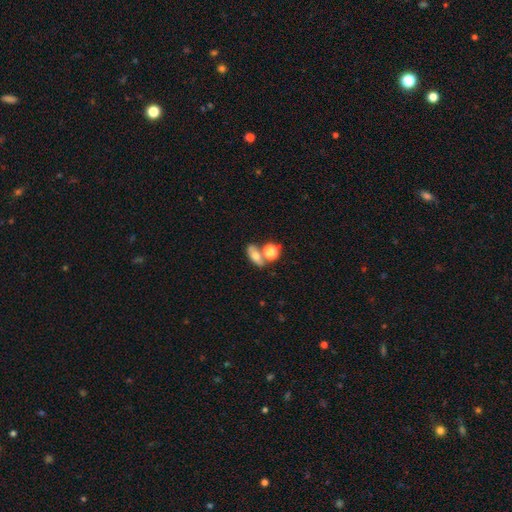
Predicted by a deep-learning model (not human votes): Overall: smooth (66%). How rounded: in between (70%). Merging: none (52%; merger 30%).